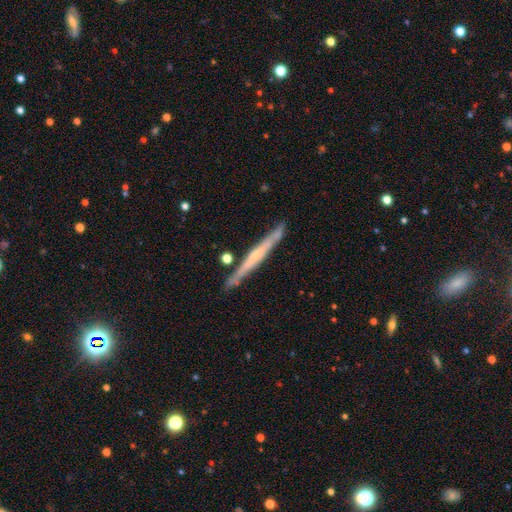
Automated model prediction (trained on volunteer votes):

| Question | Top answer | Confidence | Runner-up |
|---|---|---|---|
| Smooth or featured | featured or disk | 63% | smooth (31%) |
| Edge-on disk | yes | 95% | no (5%) |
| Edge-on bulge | none | 57% | rounded (33%) |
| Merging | none | 82% | minor disturbance (12%) |